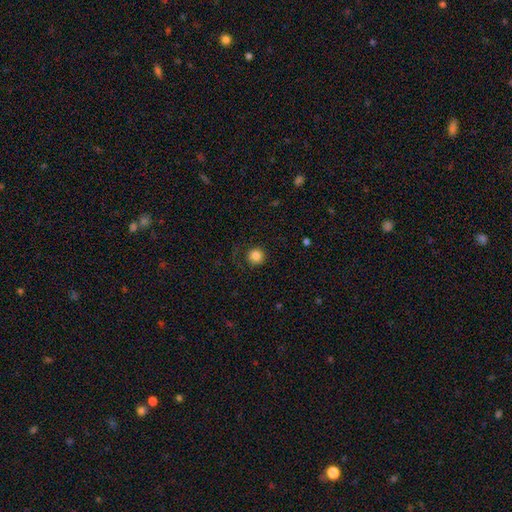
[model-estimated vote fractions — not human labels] Smooth or featured: smooth — 85% (star or artifact — 10%)
How rounded: round — 95% (in between — 4%)
Merging: none — 84% (minor disturbance — 10%)